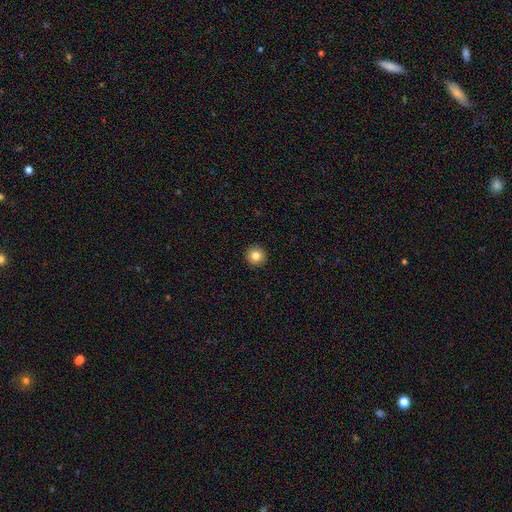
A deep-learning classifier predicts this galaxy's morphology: Smooth or featured: smooth — 83% (star or artifact — 10%)
How rounded: round — 96% (in between — 3%)
Merging: none — 93% (minor disturbance — 4%)